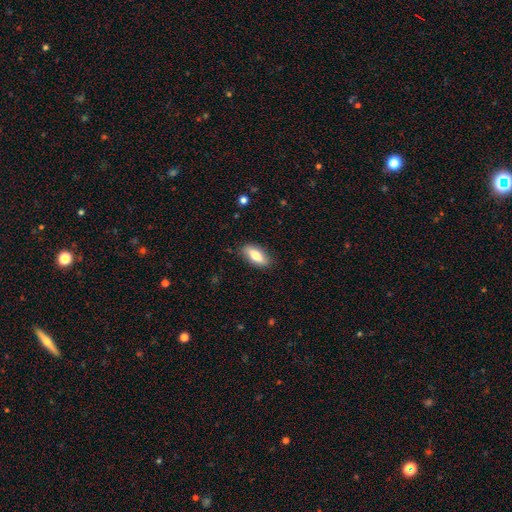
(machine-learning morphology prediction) This appears to be a smooth galaxy with no disk features (72%) that is in between round and cigar-shaped (82%). Merging: none (84%).